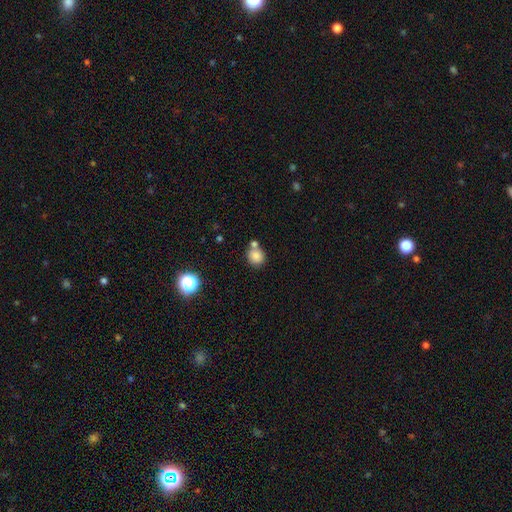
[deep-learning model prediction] smooth-or-featured: smooth: 83% | star or artifact: 11% | featured or disk: 6%
  how-rounded: round: 87% | in between: 12% | cigar-shaped: 1%
  merging: none: 60% | merger: 25% | minor disturbance: 11% | major disturbance: 4%